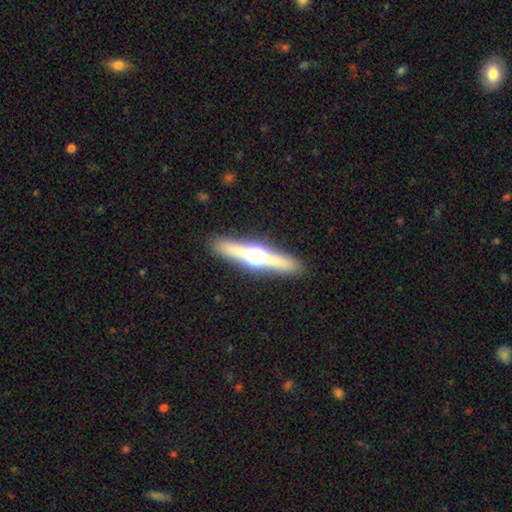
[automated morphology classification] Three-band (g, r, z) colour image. It shows a featured or disk galaxy (70%) viewed edge-on (96%) with a rounded central bulge (96%). Merging: none (90%).